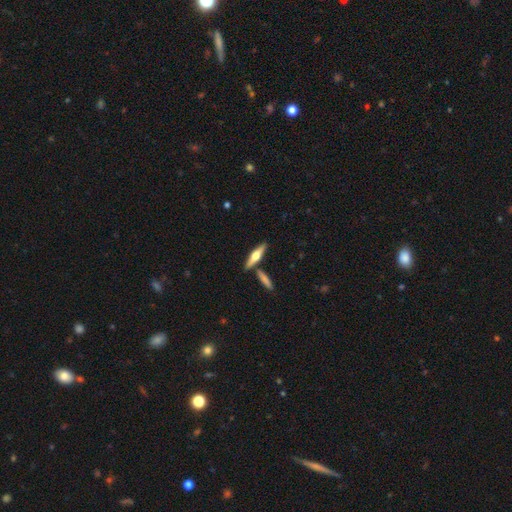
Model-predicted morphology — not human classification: Overall: featured or disk (55%; smooth 40%). Edge-on disk: yes (95%). Edge-on bulge: rounded (92%). Merging: none (78%).